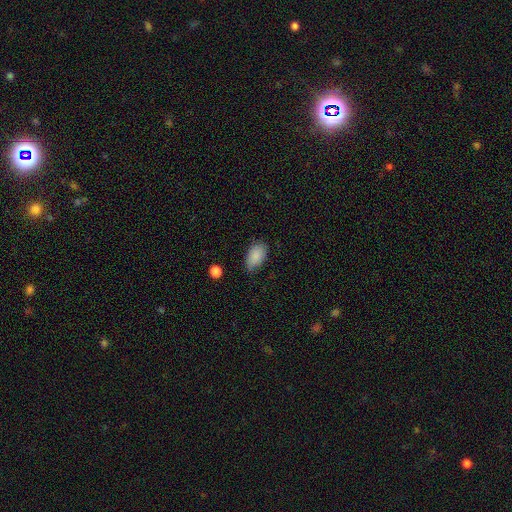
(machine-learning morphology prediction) smooth 88%, star or artifact 7%, featured or disk 5%. Down the decision tree: how rounded — in between (93%); merging — none (74%).